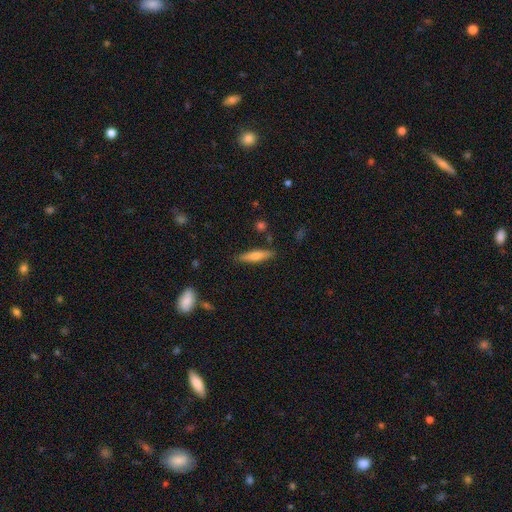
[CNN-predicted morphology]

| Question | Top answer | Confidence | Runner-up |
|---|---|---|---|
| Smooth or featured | smooth | 70% | featured or disk (24%) |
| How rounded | cigar-shaped | 81% | in between (17%) |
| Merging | none | 85% | minor disturbance (10%) |